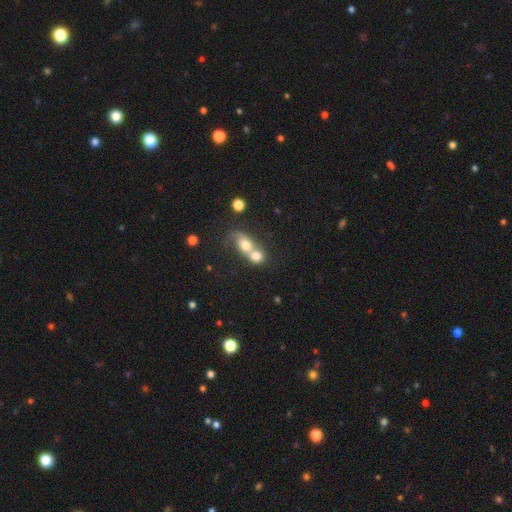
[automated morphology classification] smooth_or_featured: smooth (p=0.67) [alt: featured or disk p=0.23]
how_rounded: round (p=0.57) [alt: in between p=0.40]
merging: merger (p=0.77) [alt: none p=0.13]